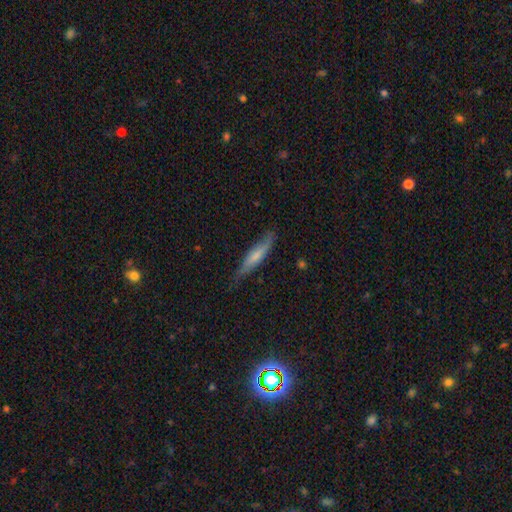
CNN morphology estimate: Smooth or featured: smooth — 57% (featured or disk — 37%)
How rounded: cigar-shaped — 86% (in between — 13%)
Merging: none — 72% (minor disturbance — 22%)